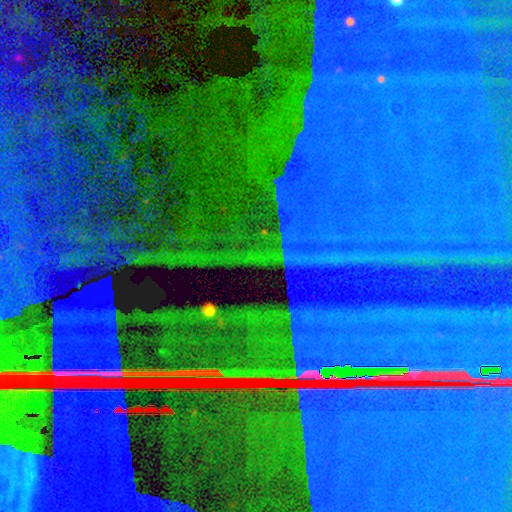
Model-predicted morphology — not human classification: Overall: star or artifact (87%).